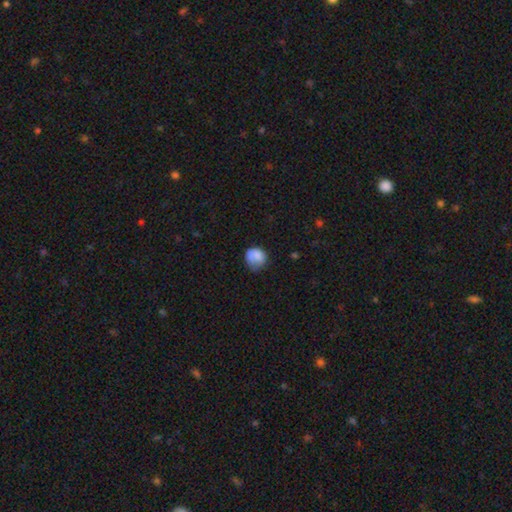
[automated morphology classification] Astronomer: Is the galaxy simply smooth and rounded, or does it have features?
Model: smooth — 77%.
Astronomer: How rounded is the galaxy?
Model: round — 71%.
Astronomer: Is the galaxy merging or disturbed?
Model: none — 47% (runner-up: minor disturbance, 34%).